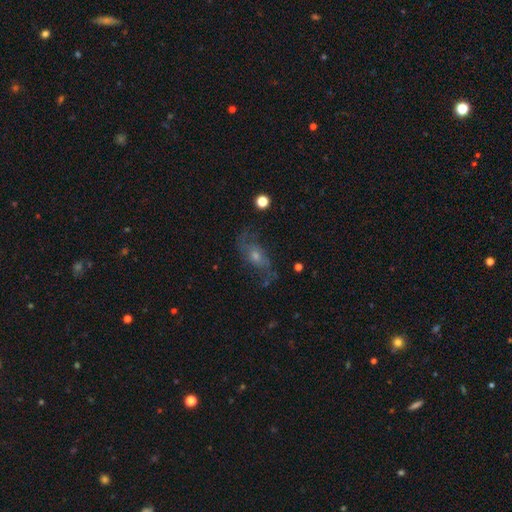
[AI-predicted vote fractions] smooth-or-featured: featured or disk: 64% | smooth: 20% | star or artifact: 15%
  disk-edge-on: no: 89% | yes: 11%
    bar: no: 69% | weak: 25% | strong: 6%
    has-spiral-arms: yes: 82% | no: 18%
    bulge-size: moderate: 50% | small: 40% | large: 6% | none: 3% | dominant: 2%
  merging: none: 66% | minor disturbance: 18% | major disturbance: 14% | merger: 2%